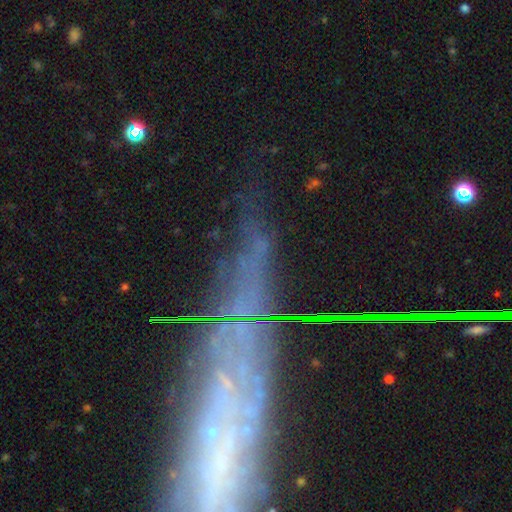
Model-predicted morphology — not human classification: Smooth or featured?
  - star or artifact: 47% *
  - featured or disk: 36%
  - smooth: 17%